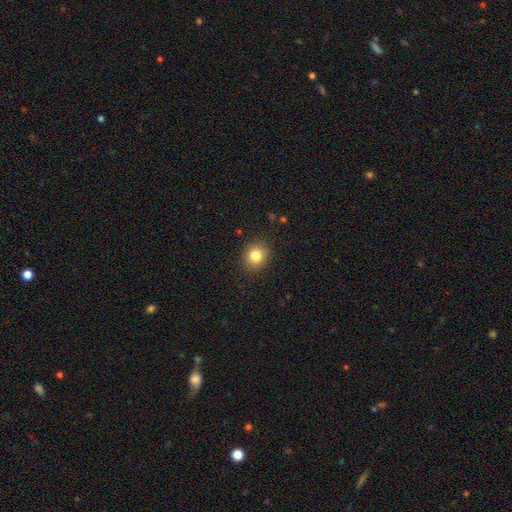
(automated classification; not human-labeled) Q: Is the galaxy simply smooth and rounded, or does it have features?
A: smooth — 82%.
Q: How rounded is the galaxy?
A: round — 76%.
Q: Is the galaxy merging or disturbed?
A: none — 89%.